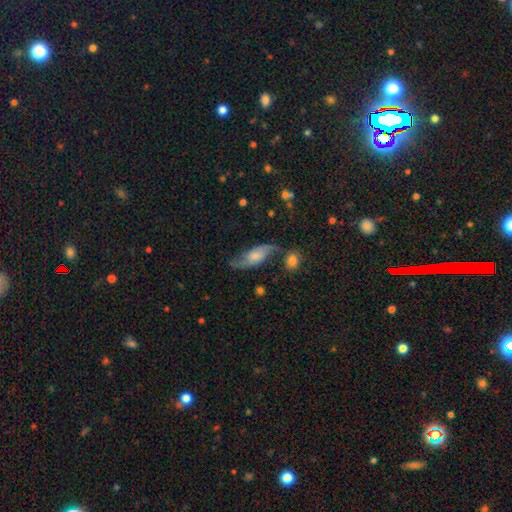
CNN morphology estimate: Smooth or featured? Predicted: featured or disk (p=0.65). Edge-on disk? Predicted: no (p=0.89). Bar? Predicted: no (p=0.61). Spiral arms? Predicted: yes (p=0.90). Spiral winding? Predicted: loose (p=0.66). Spiral arm count? Predicted: 2 (p=0.89). Bulge size? Predicted: moderate (p=0.35). Merging? Predicted: none (p=0.57).